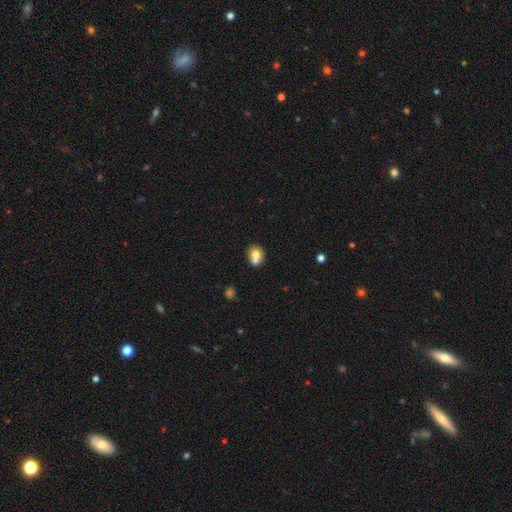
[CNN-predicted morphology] A smooth galaxy with no disk features (72%) that is round (68%). Merging: merger (50%).